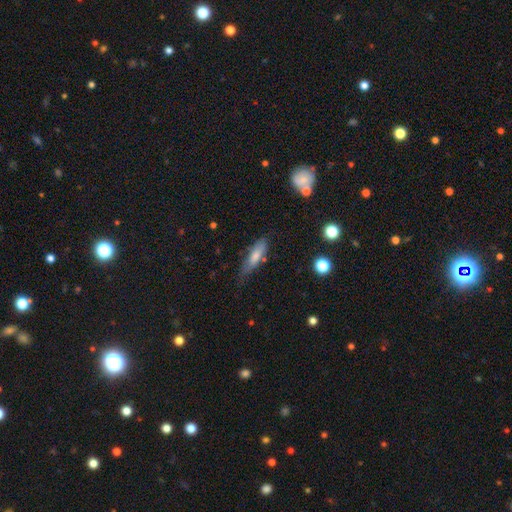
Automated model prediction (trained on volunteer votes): Smooth or featured? smooth (71%)
How rounded? cigar-shaped (55%)
Merging? none (64%)